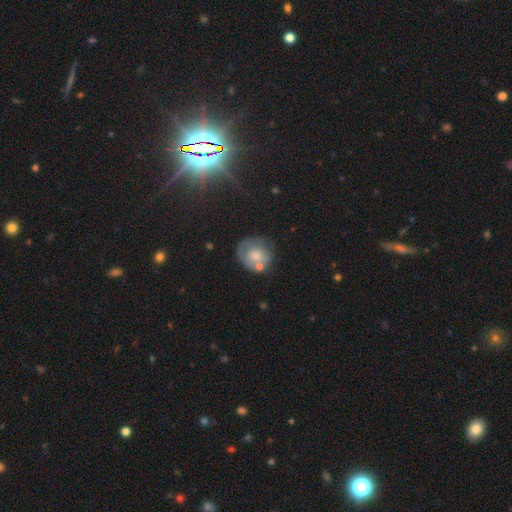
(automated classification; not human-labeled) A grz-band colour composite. It shows a smooth galaxy with no disk features (56%) that is round (75%). Merging: none (50%).